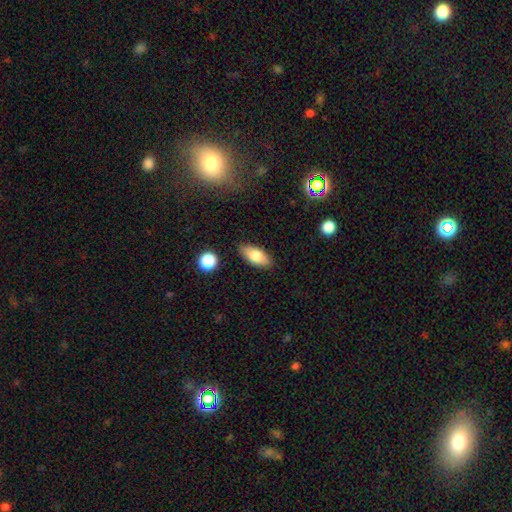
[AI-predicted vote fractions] Q: Smooth or featured?
A: smooth (78%); runner-up: featured or disk (15%)
Q: How rounded?
A: in between (87%); runner-up: cigar-shaped (10%)
Q: Merging?
A: none (85%); runner-up: minor disturbance (11%)